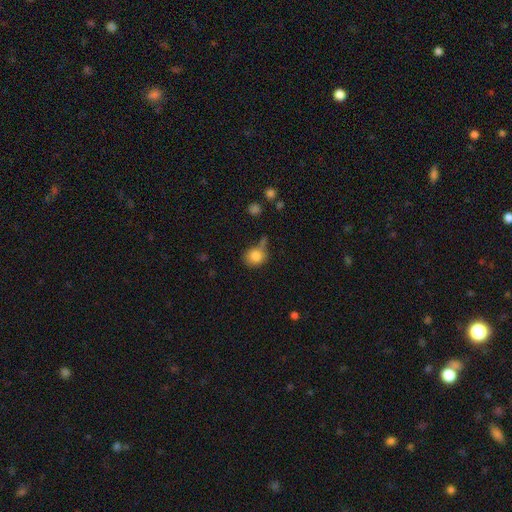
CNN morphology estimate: A smooth galaxy with no disk features (82%) that is round (77%).

Vote fractions:
- Smooth or featured? smooth: 82% / star or artifact: 10% / featured or disk: 8%
- How rounded? round: 77% / in between: 22% / cigar-shaped: 1%
- Merging? none: 55% / minor disturbance: 22% / merger: 14% / major disturbance: 9%